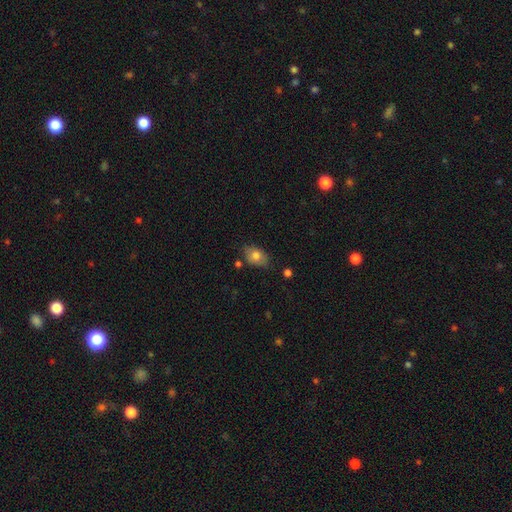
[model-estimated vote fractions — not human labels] A smooth galaxy with no disk features (77%) that is in between round and cigar-shaped (83%). Merging: none (75%).